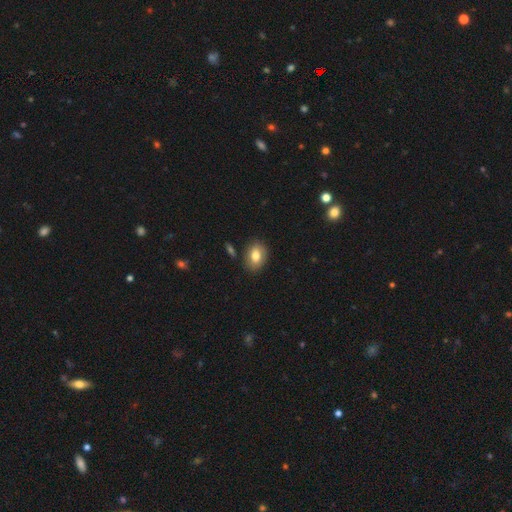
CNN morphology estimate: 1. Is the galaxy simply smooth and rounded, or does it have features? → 77% smooth, 14% featured or disk, 8% star or artifact.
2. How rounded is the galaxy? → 75% in between, 24% round, 1% cigar-shaped.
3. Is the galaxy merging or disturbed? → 83% none, 11% minor disturbance, 3% merger, 3% major disturbance.